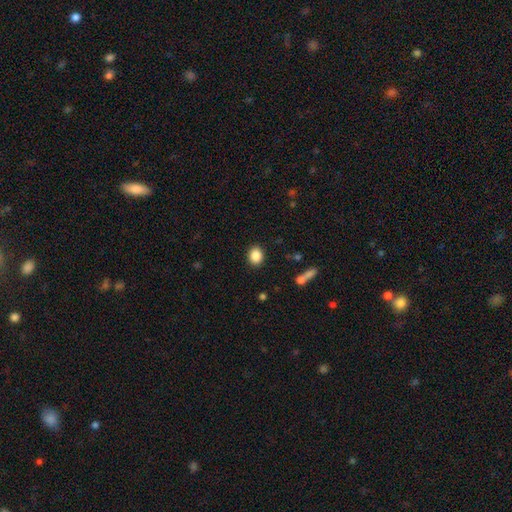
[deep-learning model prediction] This is clearly a smooth galaxy (87%). How rounded: possibly in between (50%). Merging: clearly none (89%).